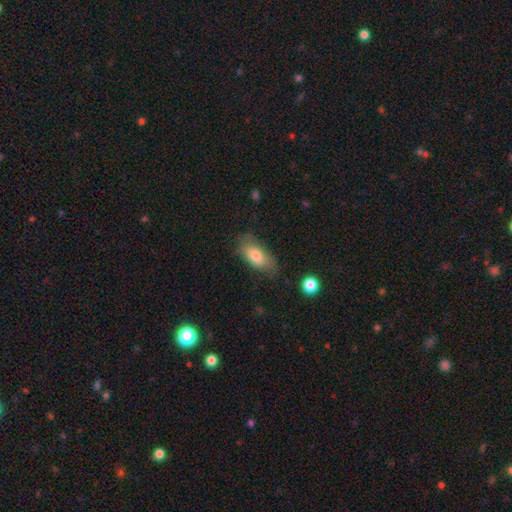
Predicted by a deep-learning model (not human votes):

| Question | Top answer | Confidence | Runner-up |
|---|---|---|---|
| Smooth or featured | smooth | 75% | featured or disk (18%) |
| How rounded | in between | 87% | cigar-shaped (9%) |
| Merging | none | 70% | minor disturbance (22%) |